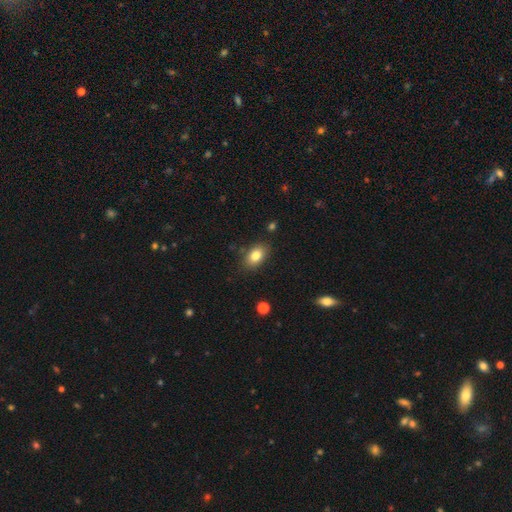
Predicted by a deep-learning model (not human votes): smooth 82%, featured or disk 9%, star or artifact 9%. Down the decision tree: how rounded — in between (85%); merging — none (83%).